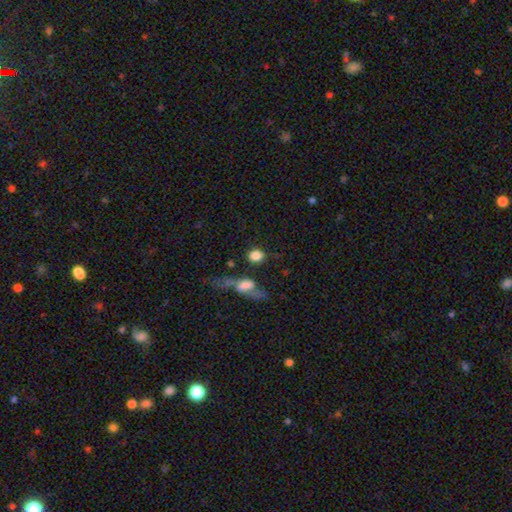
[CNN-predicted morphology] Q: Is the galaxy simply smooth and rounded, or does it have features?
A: smooth — 82%.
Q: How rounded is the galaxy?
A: round — 65%.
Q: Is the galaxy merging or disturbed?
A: none — 70%.